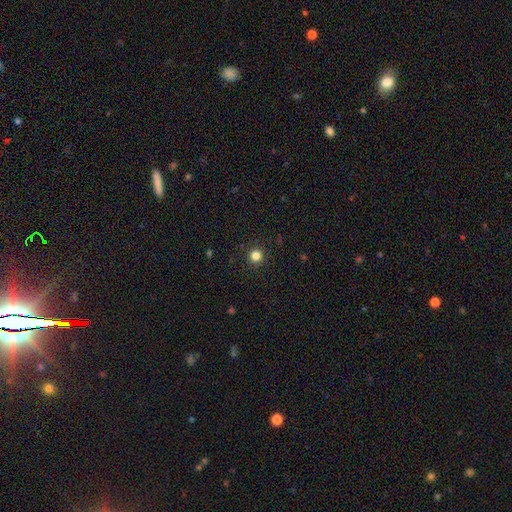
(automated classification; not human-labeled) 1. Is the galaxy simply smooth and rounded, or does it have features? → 82% smooth, 13% star or artifact, 4% featured or disk.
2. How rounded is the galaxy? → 96% round, 3% in between, 1% cigar-shaped.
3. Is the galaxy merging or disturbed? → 93% none, 5% minor disturbance, 2% major disturbance, 1% merger.